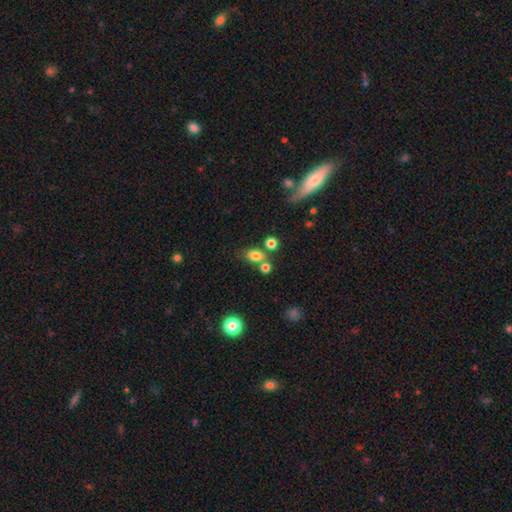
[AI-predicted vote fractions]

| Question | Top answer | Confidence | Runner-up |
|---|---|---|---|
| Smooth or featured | smooth | 79% | star or artifact (13%) |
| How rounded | in between | 73% | round (26%) |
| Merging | none | 57% | merger (23%) |